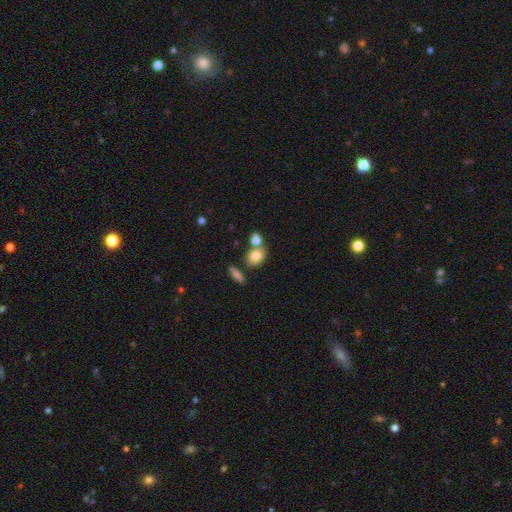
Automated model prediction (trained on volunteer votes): Q: Smooth or featured?
A: smooth (80%); runner-up: featured or disk (11%)
Q: How rounded?
A: in between (52%); runner-up: round (46%)
Q: Merging?
A: none (51%); runner-up: merger (34%)